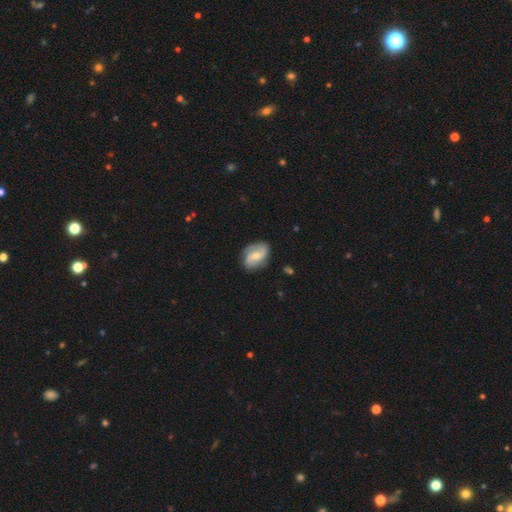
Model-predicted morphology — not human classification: Smooth or featured: featured or disk — 68% (smooth — 26%)
Edge-on disk: no — 97% (yes — 3%)
Bar: no — 44% (weak — 42%)
Spiral arms: yes — 90% (no — 10%)
Spiral winding: loose — 43% (medium — 37%)
Spiral arm count: 2 — 82% (can't tell — 9%)
Bulge size: moderate — 49% (small — 46%)
Merging: none — 76% (minor disturbance — 18%)